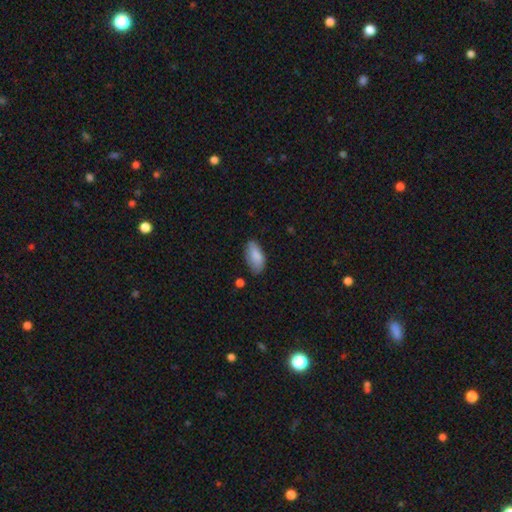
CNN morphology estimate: A smooth galaxy with no disk features (85%) that is in between round and cigar-shaped (91%). Merging: none (65%).